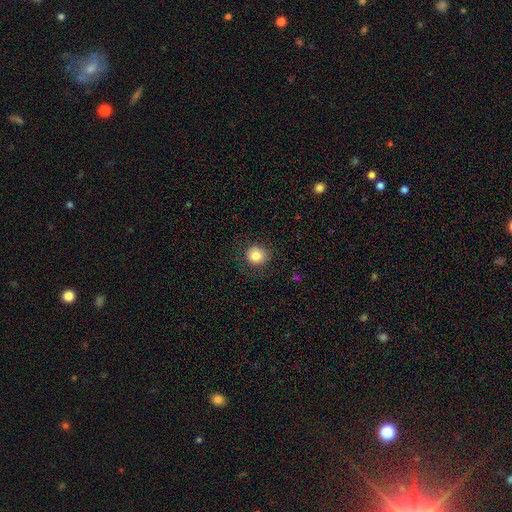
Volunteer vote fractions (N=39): Smooth or featured? 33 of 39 (85%) said smooth. How rounded? 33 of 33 (100%) said round. Merging? 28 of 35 (80%) said none.